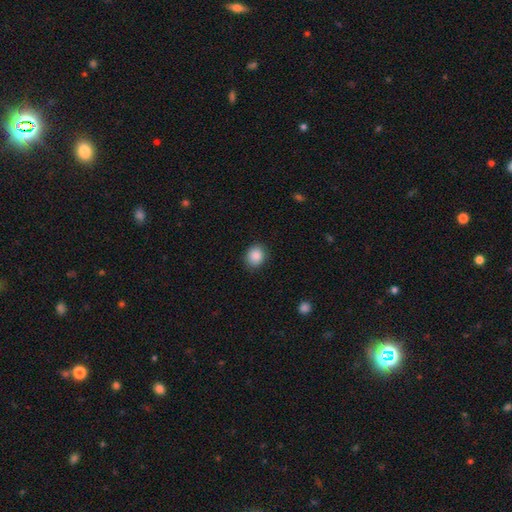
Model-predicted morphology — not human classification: Smooth or featured?
  - smooth: 88% *
  - star or artifact: 8%
  - featured or disk: 4%
How rounded?
  - round: 65% *
  - in between: 34%
  - cigar-shaped: 1%
Merging?
  - none: 88% *
  - minor disturbance: 9%
  - major disturbance: 2%
  - merger: 1%